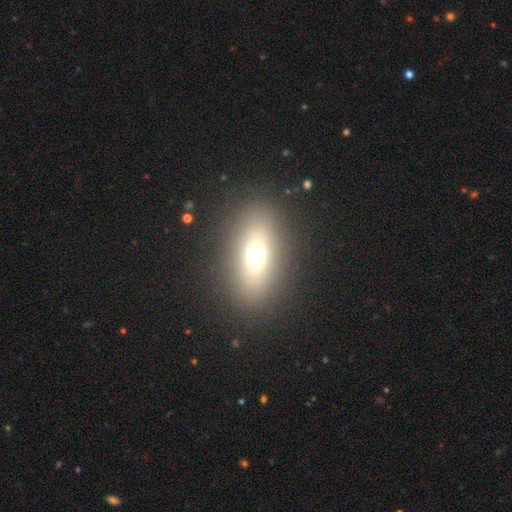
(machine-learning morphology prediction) A smooth galaxy with no disk features (65%) that is in between round and cigar-shaped (74%). Merging: none (88%).